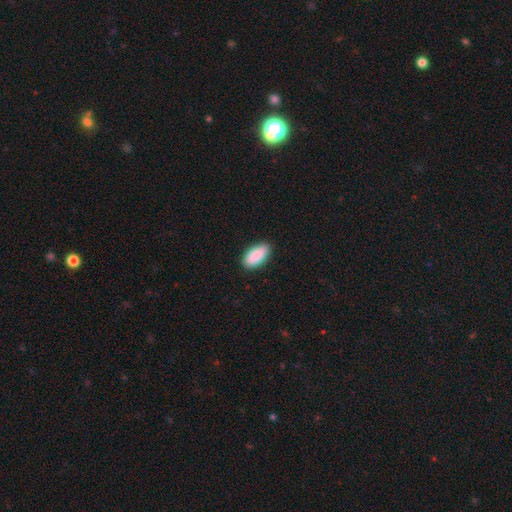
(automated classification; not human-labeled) Smooth or featured? Predicted: smooth (p=0.90). How rounded? Predicted: in between (p=0.94). Merging? Predicted: none (p=0.89).